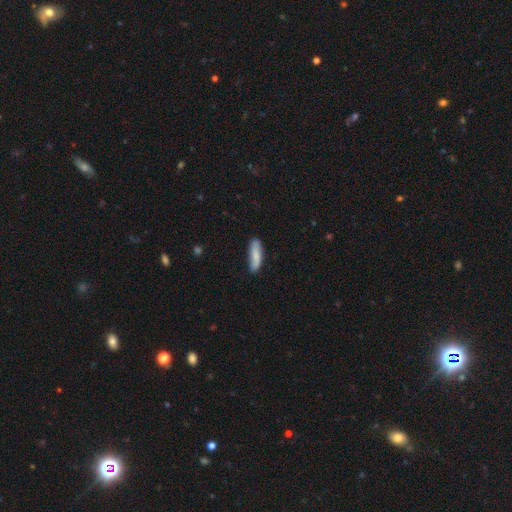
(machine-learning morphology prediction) Smooth or featured?
  - smooth: 76% *
  - featured or disk: 18%
  - star or artifact: 6%
How rounded?
  - cigar-shaped: 65% *
  - in between: 33%
  - round: 2%
Merging?
  - none: 81% *
  - minor disturbance: 15%
  - major disturbance: 2%
  - merger: 2%